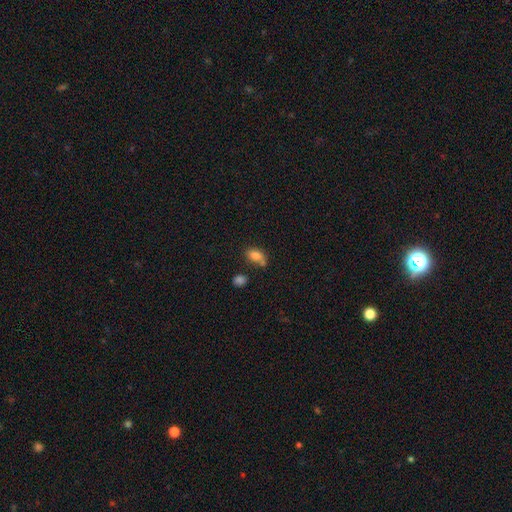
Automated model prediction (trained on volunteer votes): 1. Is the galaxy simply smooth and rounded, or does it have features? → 81% smooth, 10% star or artifact, 9% featured or disk.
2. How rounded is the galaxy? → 83% in between, 14% round, 3% cigar-shaped.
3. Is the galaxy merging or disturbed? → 50% none, 21% minor disturbance, 21% merger, 7% major disturbance.